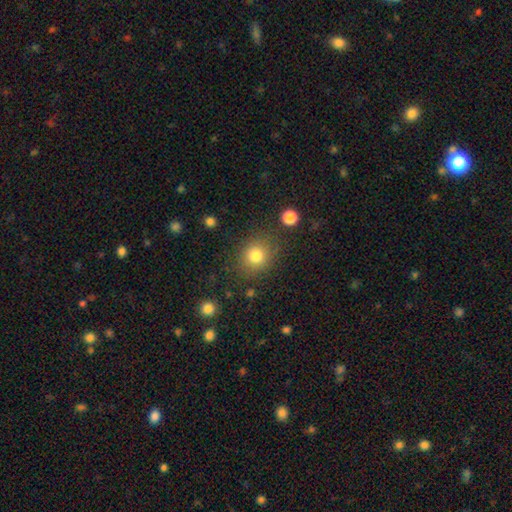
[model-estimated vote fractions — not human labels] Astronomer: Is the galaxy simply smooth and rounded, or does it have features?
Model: smooth — 80%.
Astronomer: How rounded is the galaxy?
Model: round — 74%.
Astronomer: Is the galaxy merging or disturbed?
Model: none — 81%.